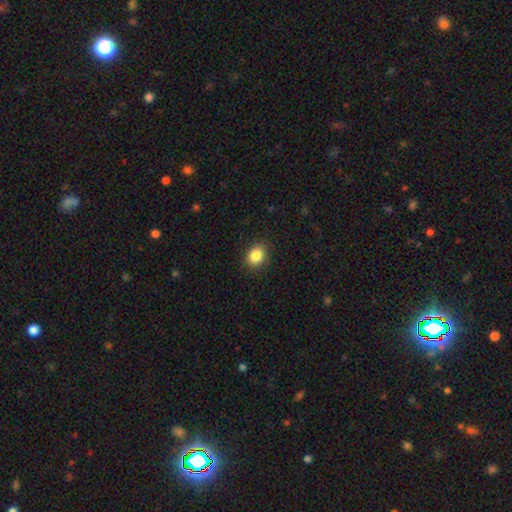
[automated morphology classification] Smooth or featured?
  - smooth: 86% *
  - star or artifact: 10%
  - featured or disk: 5%
How rounded?
  - round: 58% *
  - in between: 41%
  - cigar-shaped: 1%
Merging?
  - none: 88% *
  - minor disturbance: 9%
  - major disturbance: 2%
  - merger: 1%